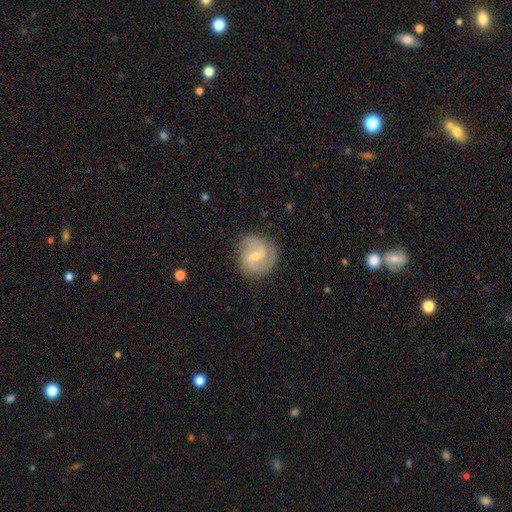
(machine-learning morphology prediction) A featured or disk galaxy (76%) with a weak bar (58%), 2 (79%) medium (50%) spiral arms (93%) and a small central bulge (61%). Merging: none (80%).